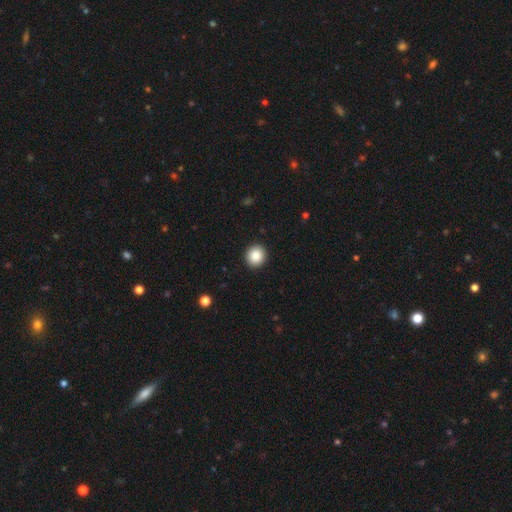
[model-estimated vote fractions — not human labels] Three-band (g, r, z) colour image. It shows a smooth galaxy with no disk features (85%) that is round (90%). Merging: none (93%).